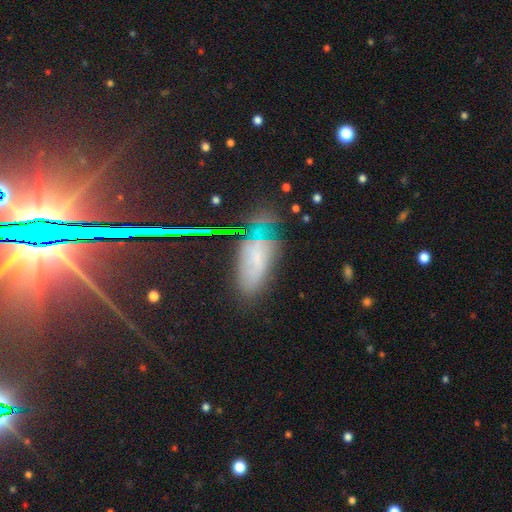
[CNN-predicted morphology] Smooth or featured: featured or disk — 39% (smooth — 36%)
Merging: none — 56% (minor disturbance — 26%)